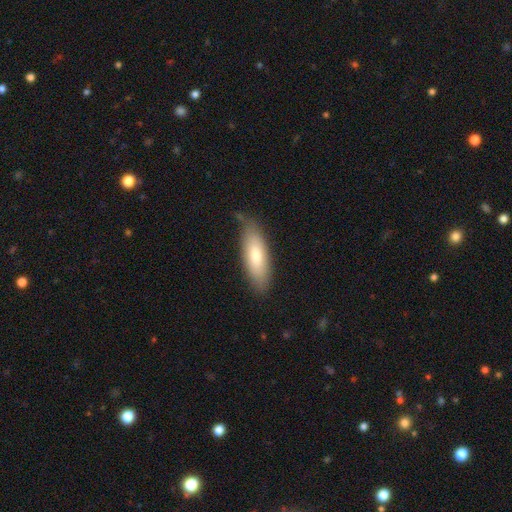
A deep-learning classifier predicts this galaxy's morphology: Smooth or featured: smooth — 74% (featured or disk — 20%)
How rounded: in between — 61% (cigar-shaped — 37%)
Merging: none — 74% (minor disturbance — 20%)